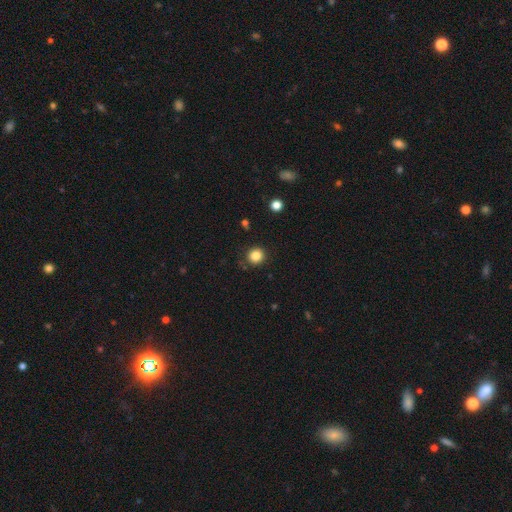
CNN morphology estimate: type=smooth (84%); roundness=round (92%); merging=none (87%).